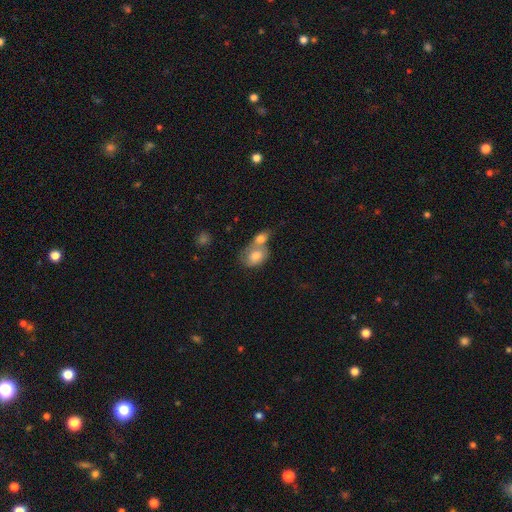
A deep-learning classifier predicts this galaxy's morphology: The model was most divided on "how rounded": in between: 72%, round: 27%, cigar-shaped: 2%. More confident: smooth or featured — smooth (77%); merging — merger (68%).